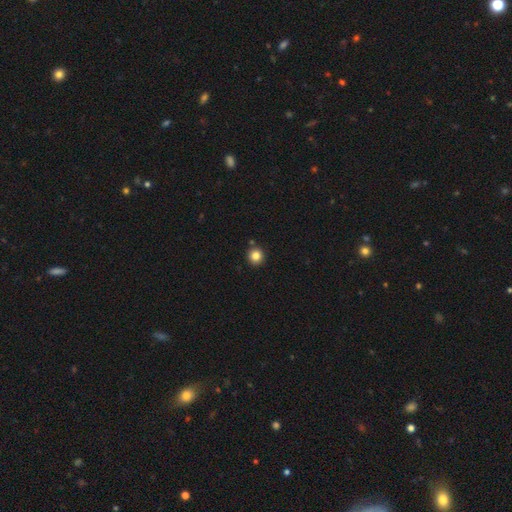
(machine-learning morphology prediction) smooth_or_featured: smooth (p=0.83) [alt: star or artifact p=0.11]
how_rounded: round (p=0.94) [alt: in between p=0.05]
merging: none (p=0.89) [alt: minor disturbance p=0.06]